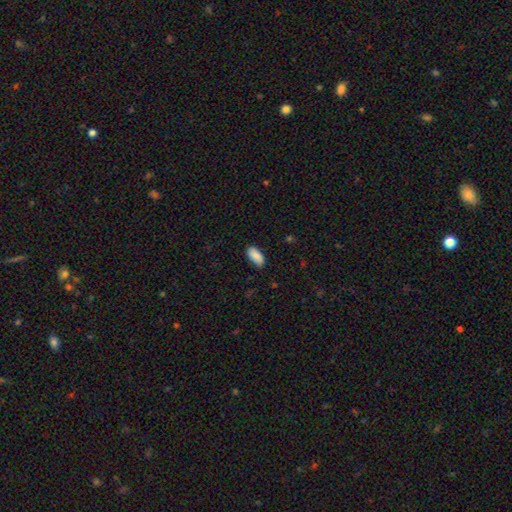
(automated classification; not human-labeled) smooth-or-featured: smooth: 88% | star or artifact: 6% | featured or disk: 5%
  how-rounded: in between: 92% | cigar-shaped: 6% | round: 2%
  merging: none: 82% | minor disturbance: 14% | major disturbance: 3% | merger: 1%